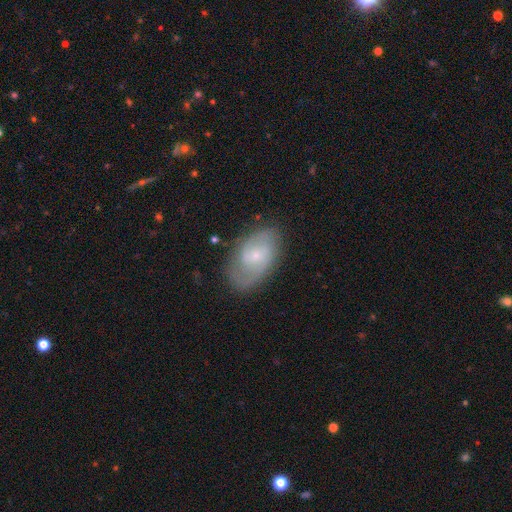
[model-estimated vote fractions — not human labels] Smooth or featured? Predicted: featured or disk (p=0.73). Edge-on disk? Predicted: no (p=0.96). Bar? Predicted: no (p=0.58). Spiral arms? Predicted: yes (p=0.91). Spiral winding? Predicted: medium (p=0.47). Spiral arm count? Predicted: 2 (p=0.72). Bulge size? Predicted: small (p=0.74). Merging? Predicted: none (p=0.76).